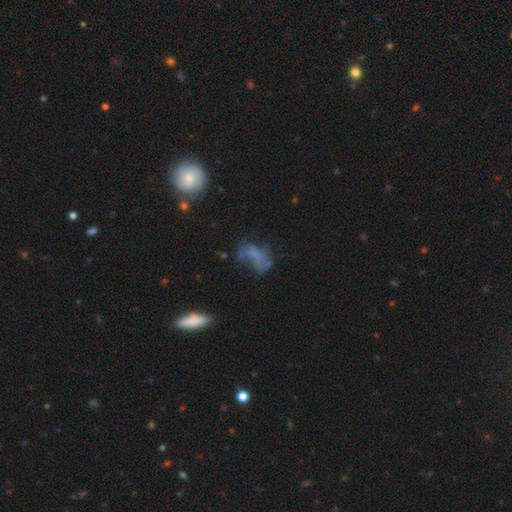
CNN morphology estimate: smooth_or_featured: smooth (p=0.44) [alt: featured or disk p=0.39]
merging: none (p=0.35) [alt: major disturbance p=0.33]